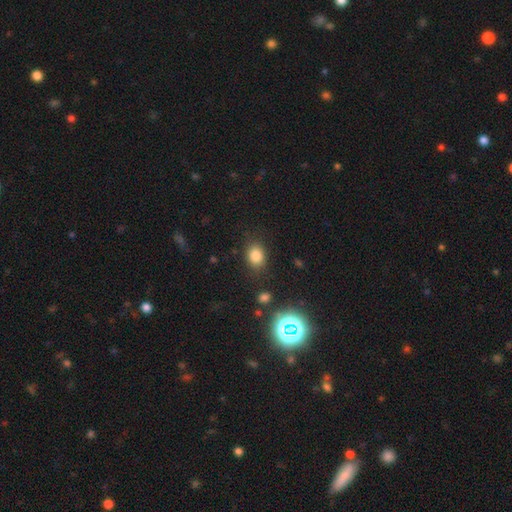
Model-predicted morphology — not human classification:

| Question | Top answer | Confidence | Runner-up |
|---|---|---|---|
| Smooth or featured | smooth | 80% | star or artifact (14%) |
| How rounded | in between | 58% | round (41%) |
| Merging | none | 82% | minor disturbance (12%) |